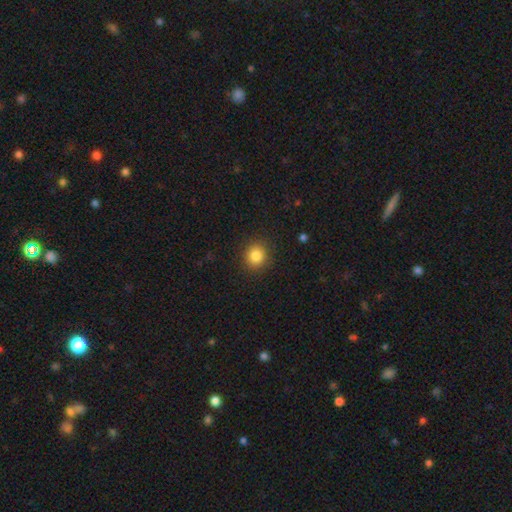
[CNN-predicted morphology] Q: Smooth or featured?
A: smooth (85%); runner-up: star or artifact (11%)
Q: How rounded?
A: round (87%); runner-up: in between (12%)
Q: Merging?
A: none (90%); runner-up: minor disturbance (7%)